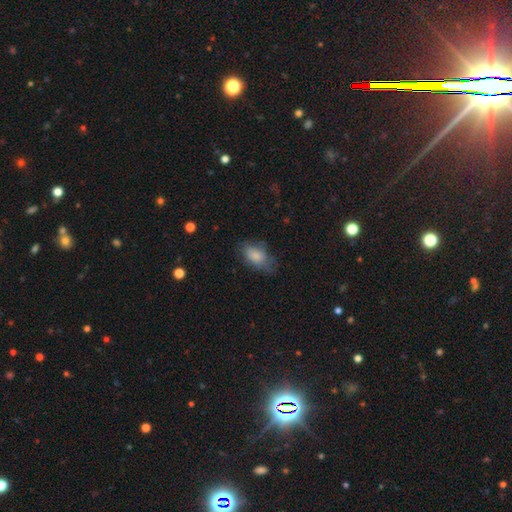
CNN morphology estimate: This appears to be a smooth galaxy with no disk features (80%) that is in between round and cigar-shaped (90%). Merging: none (57%).